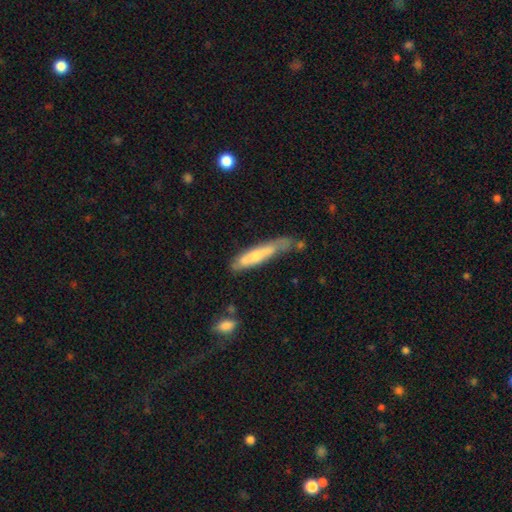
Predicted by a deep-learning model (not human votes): Q: Smooth or featured?
A: smooth (58%); runner-up: featured or disk (37%)
Q: How rounded?
A: cigar-shaped (87%); runner-up: in between (12%)
Q: Merging?
A: none (48%); runner-up: minor disturbance (32%)